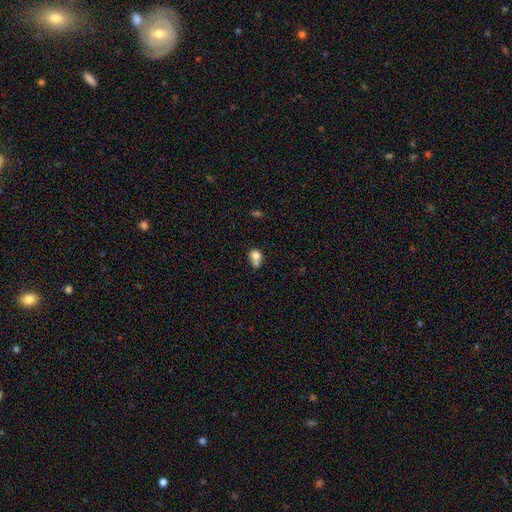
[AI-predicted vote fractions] Smooth or featured? smooth (76%)
How rounded? round (61%)
Merging? merger (45%)